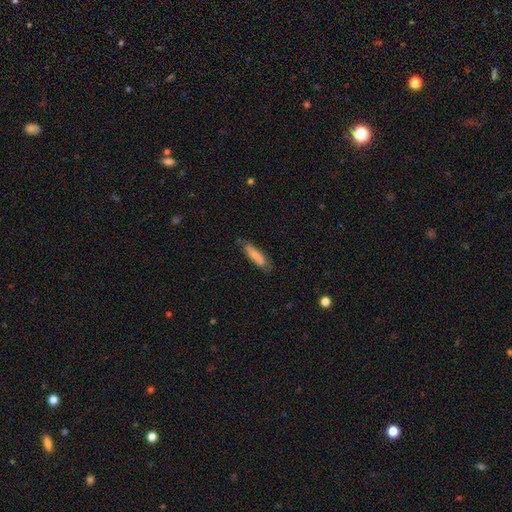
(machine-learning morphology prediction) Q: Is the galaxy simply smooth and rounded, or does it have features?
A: smooth — 75%.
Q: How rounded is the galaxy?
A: cigar-shaped — 63%.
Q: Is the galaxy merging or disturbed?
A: none — 72%.